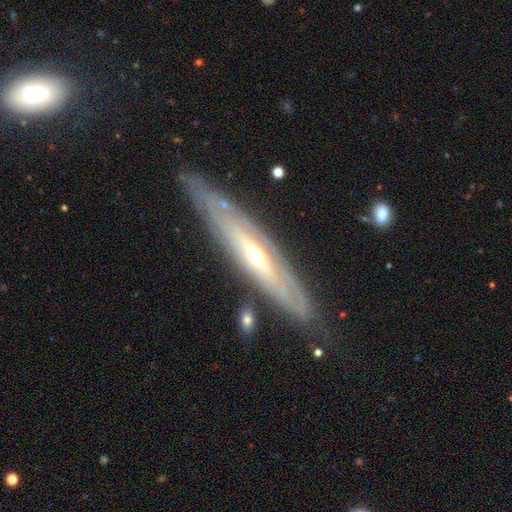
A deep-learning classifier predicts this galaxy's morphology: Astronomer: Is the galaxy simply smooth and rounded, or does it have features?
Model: featured or disk — 82%.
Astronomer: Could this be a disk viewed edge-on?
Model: yes — 51% (runner-up: no, 49%).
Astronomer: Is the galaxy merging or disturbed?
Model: none — 80%.